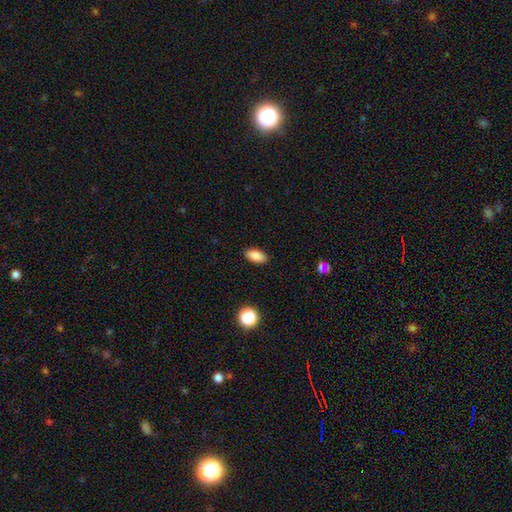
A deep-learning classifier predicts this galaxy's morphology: smooth_or_featured: smooth (p=0.86) [alt: star or artifact p=0.08]
how_rounded: in between (p=0.91) [alt: cigar-shaped p=0.05]
merging: none (p=0.90) [alt: minor disturbance p=0.07]